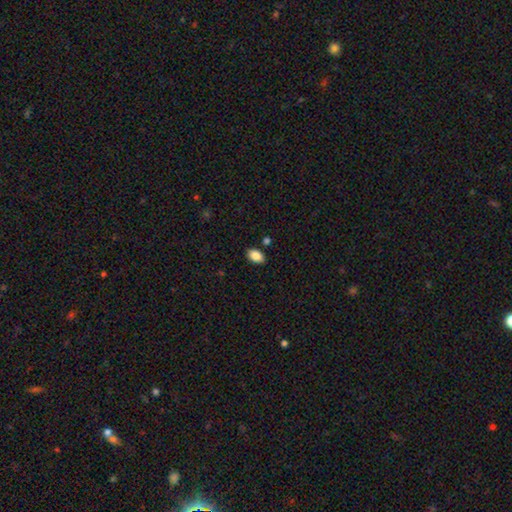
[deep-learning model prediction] smooth_or_featured: smooth (p=0.87) [alt: star or artifact p=0.08]
how_rounded: in between (p=0.89) [alt: round p=0.10]
merging: none (p=0.87) [alt: minor disturbance p=0.08]